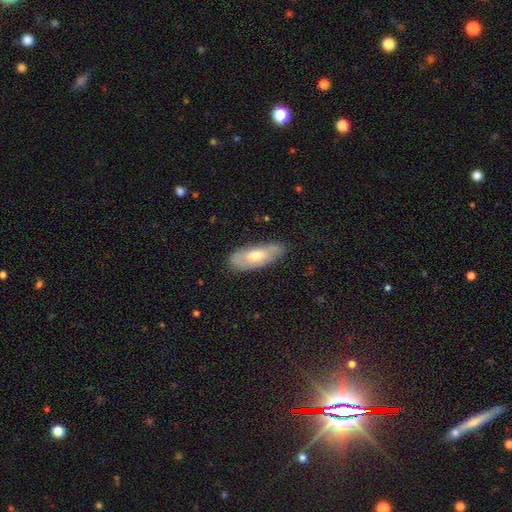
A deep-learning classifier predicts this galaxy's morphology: The model was most divided on "smooth or featured": smooth: 59%, featured or disk: 35%, star or artifact: 6%. More confident: how rounded — in between (74%); merging — none (74%).